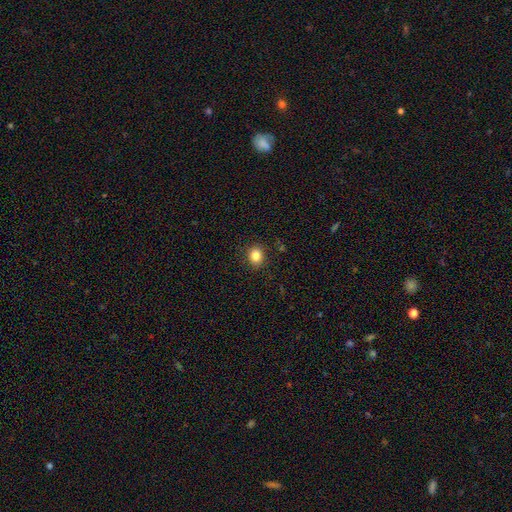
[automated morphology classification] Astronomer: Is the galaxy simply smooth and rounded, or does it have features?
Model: smooth — 84%.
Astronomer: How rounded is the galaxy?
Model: round — 64%.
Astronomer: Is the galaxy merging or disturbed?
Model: none — 88%.